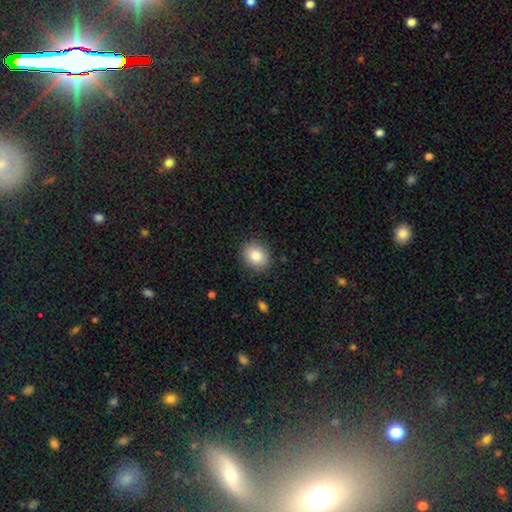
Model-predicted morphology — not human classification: smooth-or-featured: smooth: 85% | star or artifact: 8% | featured or disk: 7%
  how-rounded: round: 54% | in between: 45% | cigar-shaped: 1%
  merging: none: 87% | minor disturbance: 9% | major disturbance: 3% | merger: 1%